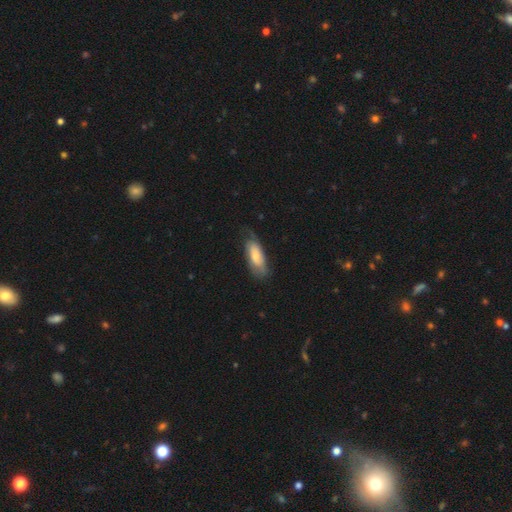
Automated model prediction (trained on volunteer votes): Smooth or featured? smooth (61%)
How rounded? in between (77%)
Merging? none (60%)